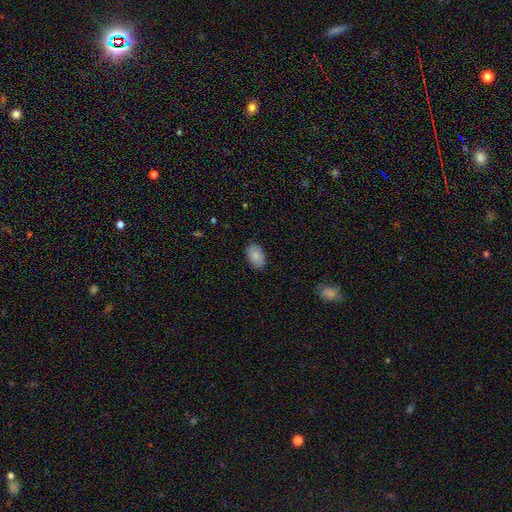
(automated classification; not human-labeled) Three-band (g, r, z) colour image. It shows a smooth galaxy with no disk features (86%) that is in between round and cigar-shaped (92%). Merging: none (87%).